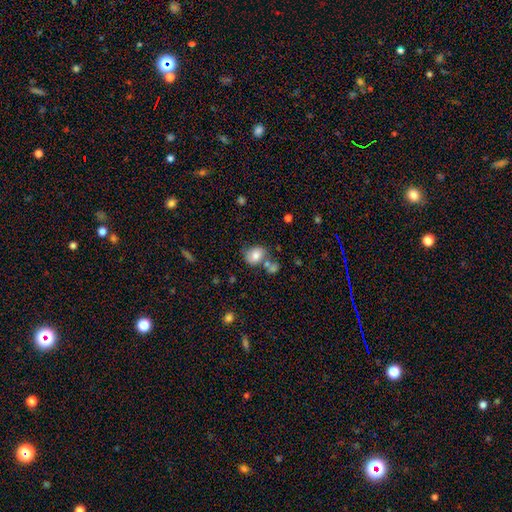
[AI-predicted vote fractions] Morphology: type=smooth (75%); roundness=in between (54%); merging=none (51%).